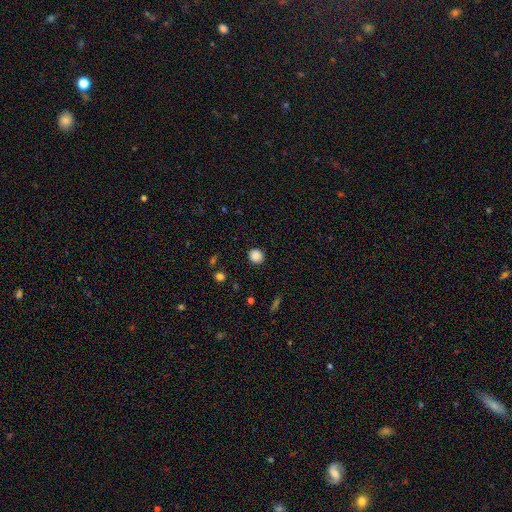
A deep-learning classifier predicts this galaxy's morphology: type=smooth (87%); roundness=round (89%); merging=none (90%).